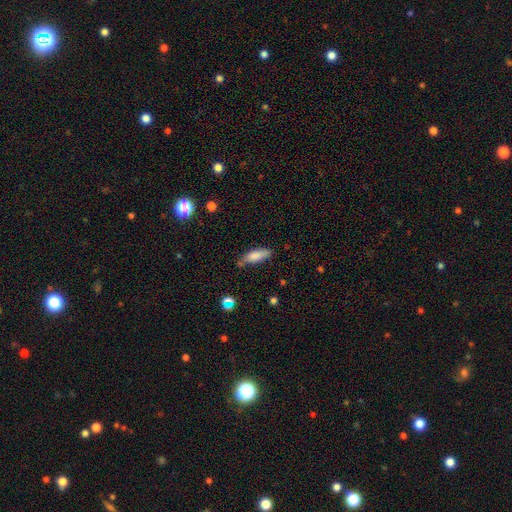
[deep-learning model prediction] Smooth or featured? Predicted: smooth (p=0.81). How rounded? Predicted: in between (p=0.60). Merging? Predicted: none (p=0.60).